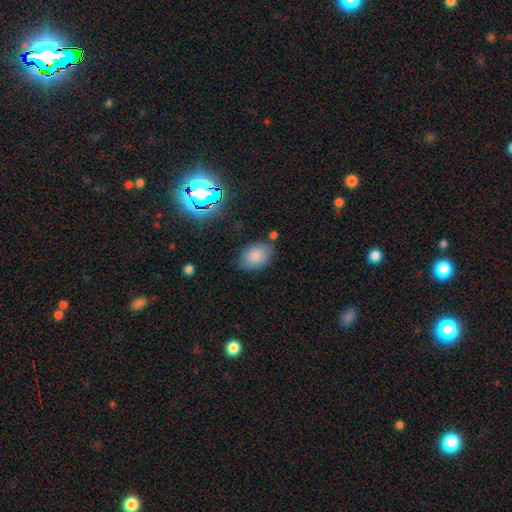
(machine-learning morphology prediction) smooth_or_featured: smooth (p=0.81) [alt: star or artifact p=0.11]
how_rounded: in between (p=0.78) [alt: round p=0.21]
merging: none (p=0.73) [alt: minor disturbance p=0.18]